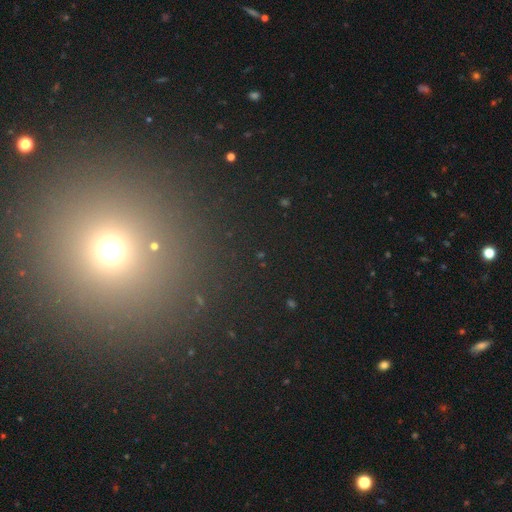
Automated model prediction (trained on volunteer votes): smooth_or_featured: smooth (p=0.49) [alt: star or artifact p=0.43]
merging: none (p=0.90) [alt: minor disturbance p=0.05]